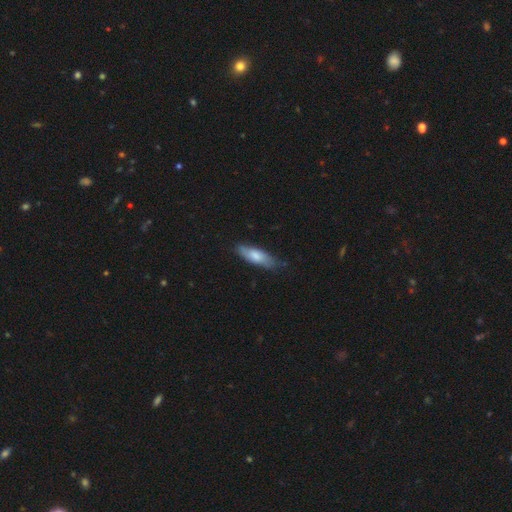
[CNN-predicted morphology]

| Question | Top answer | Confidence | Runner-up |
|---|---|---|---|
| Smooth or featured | smooth | 74% | featured or disk (21%) |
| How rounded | in between | 52% | cigar-shaped (46%) |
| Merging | none | 75% | minor disturbance (20%) |